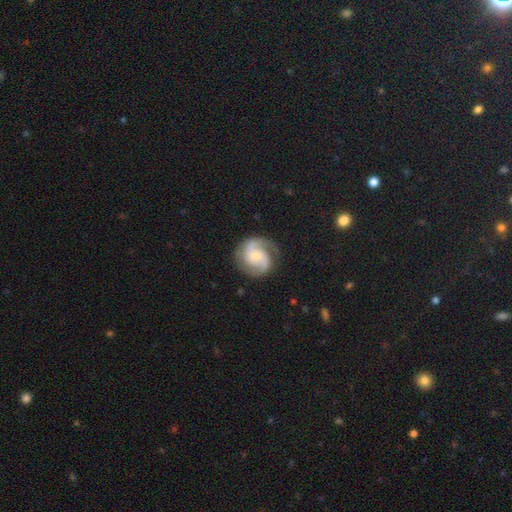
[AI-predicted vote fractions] Q: Smooth or featured?
A: featured or disk (82%); runner-up: smooth (12%)
Q: Edge-on disk?
A: no (98%); runner-up: yes (2%)
Q: Bar?
A: no (57%); runner-up: weak (35%)
Q: Spiral arms?
A: yes (97%); runner-up: no (3%)
Q: Spiral winding?
A: medium (49%); runner-up: tight (34%)
Q: Spiral arm count?
A: 2 (84%); runner-up: 3 (5%)
Q: Bulge size?
A: small (52%); runner-up: moderate (26%)
Q: Merging?
A: none (77%); runner-up: minor disturbance (15%)